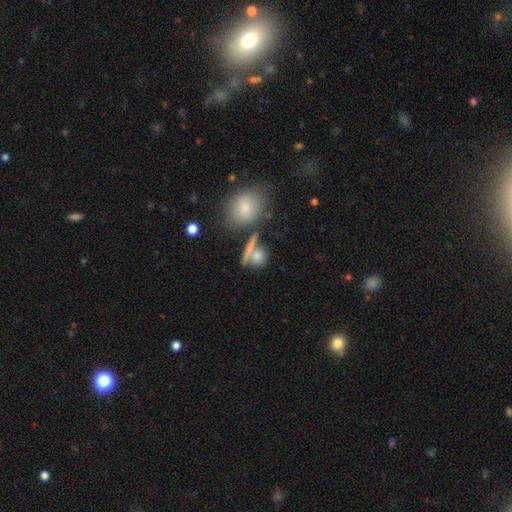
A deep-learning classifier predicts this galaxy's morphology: This appears to be a smooth galaxy with no disk features (72%) that is round (63%). Merging: none (52%).